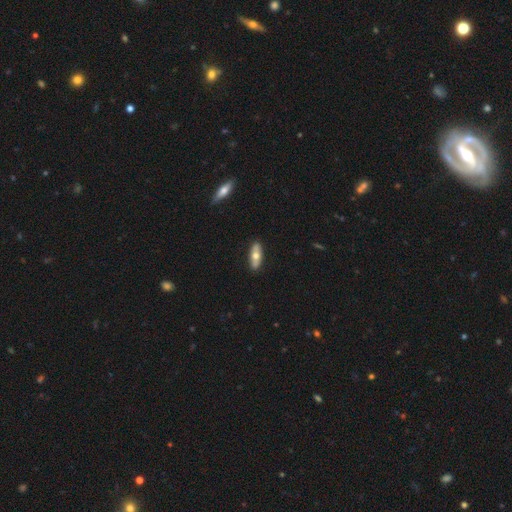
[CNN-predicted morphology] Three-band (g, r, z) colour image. It shows a smooth galaxy with no disk features (54%) that is in between round and cigar-shaped (63%). Merging: none (87%).